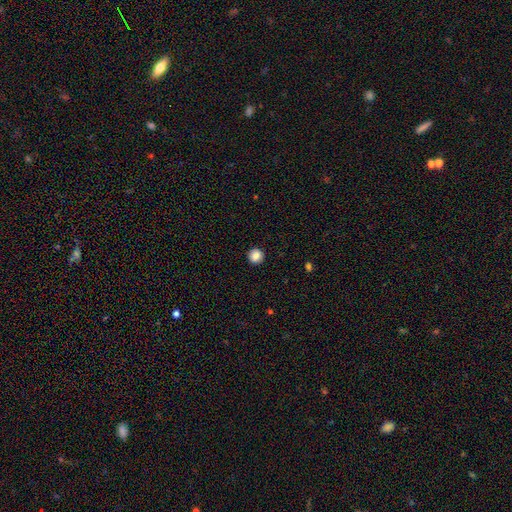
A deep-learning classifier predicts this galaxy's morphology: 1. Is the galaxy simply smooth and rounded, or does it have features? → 87% smooth, 9% star or artifact, 4% featured or disk.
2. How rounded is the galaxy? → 95% round, 4% in between, 1% cigar-shaped.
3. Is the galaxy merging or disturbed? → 93% none, 4% minor disturbance, 2% major disturbance, 1% merger.